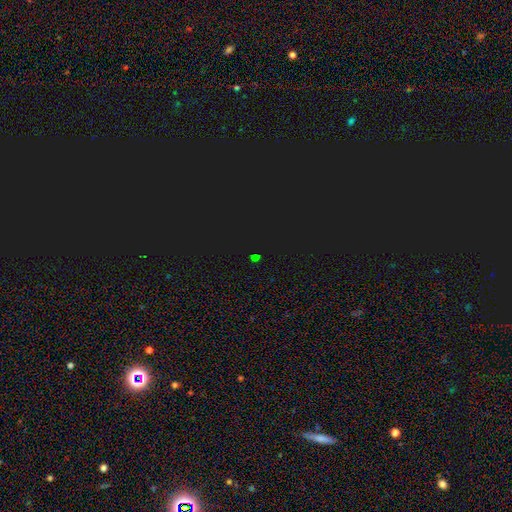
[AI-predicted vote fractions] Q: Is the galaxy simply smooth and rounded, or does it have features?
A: star or artifact — 71%.